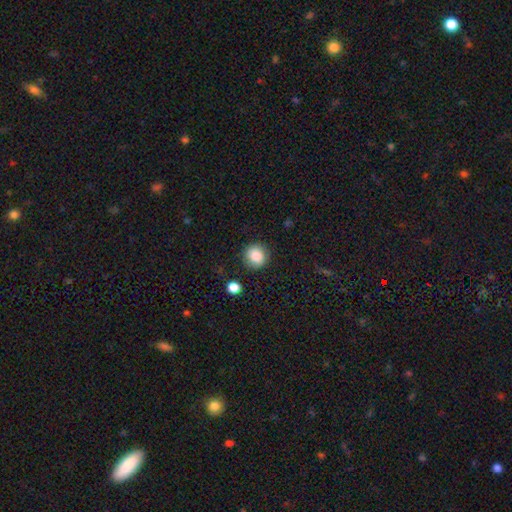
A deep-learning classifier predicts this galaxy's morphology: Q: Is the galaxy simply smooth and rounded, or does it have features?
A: smooth — 86%.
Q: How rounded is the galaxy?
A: round — 89%.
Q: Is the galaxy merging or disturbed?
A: none — 86%.